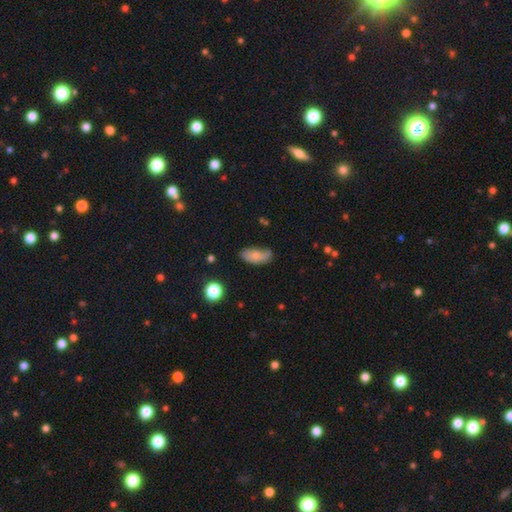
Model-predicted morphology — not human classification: The model was most divided on "merging": none: 58%, minor disturbance: 29%, major disturbance: 10%, merger: 3%. More confident: how rounded — in between (89%); smooth or featured — smooth (69%).